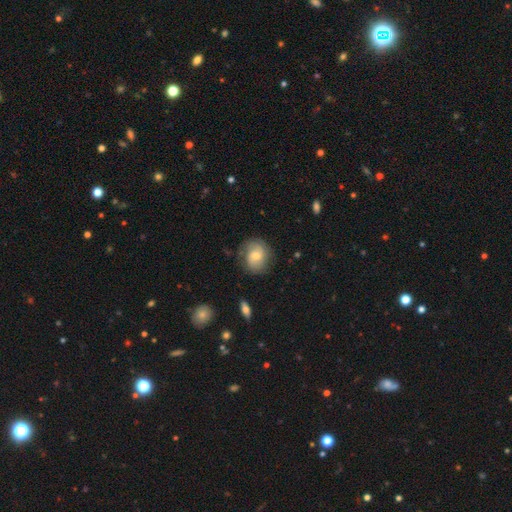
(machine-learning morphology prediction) Smooth or featured: featured or disk — 48% (smooth — 45%)
Merging: none — 74% (minor disturbance — 18%)